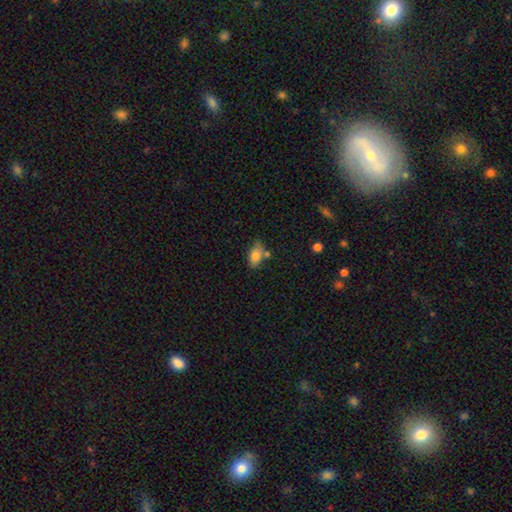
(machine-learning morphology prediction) A smooth galaxy with no disk features (80%) that is in between round and cigar-shaped (88%). Merging: none (57%).